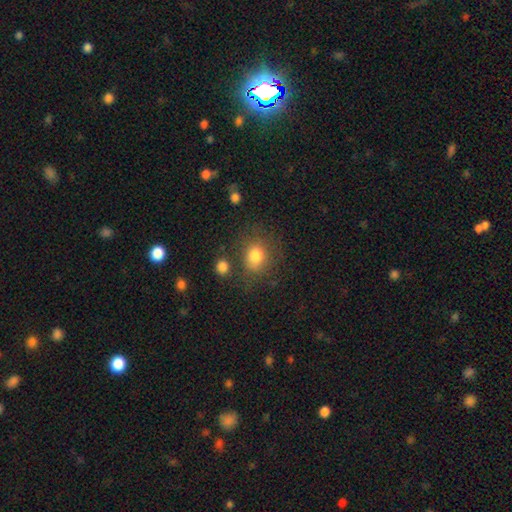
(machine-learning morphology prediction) Smooth or featured?
  - smooth: 80% *
  - star or artifact: 11%
  - featured or disk: 9%
How rounded?
  - round: 63% *
  - in between: 36%
  - cigar-shaped: 1%
Merging?
  - none: 67% *
  - minor disturbance: 17%
  - major disturbance: 9%
  - merger: 8%